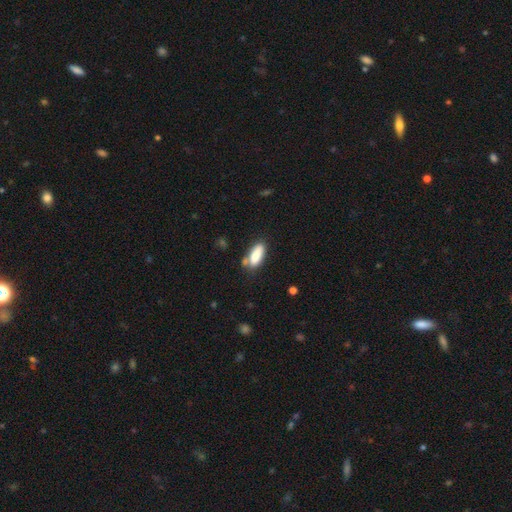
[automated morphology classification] smooth_or_featured: smooth (p=0.84) [alt: featured or disk p=0.09]
how_rounded: in between (p=0.76) [alt: cigar-shaped p=0.21]
merging: none (p=0.62) [alt: minor disturbance p=0.21]